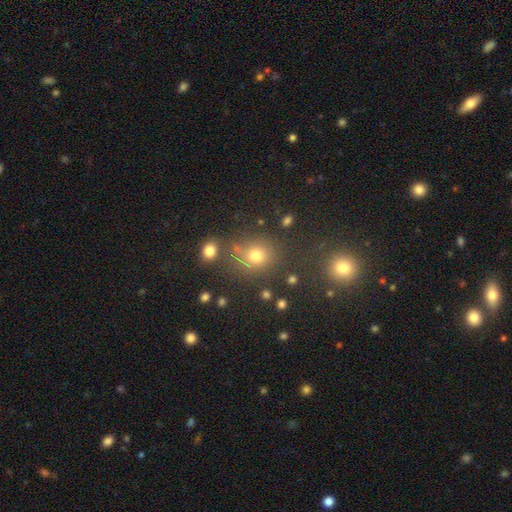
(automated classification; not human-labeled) Morphology: type=smooth (69%); roundness=round (76%); merging=none (72%).